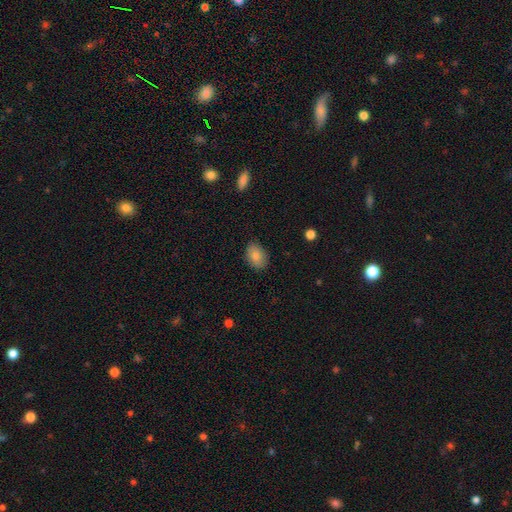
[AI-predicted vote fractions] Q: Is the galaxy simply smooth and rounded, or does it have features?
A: smooth — 84%.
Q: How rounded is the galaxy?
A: in between — 80%.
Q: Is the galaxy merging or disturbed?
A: none — 84%.